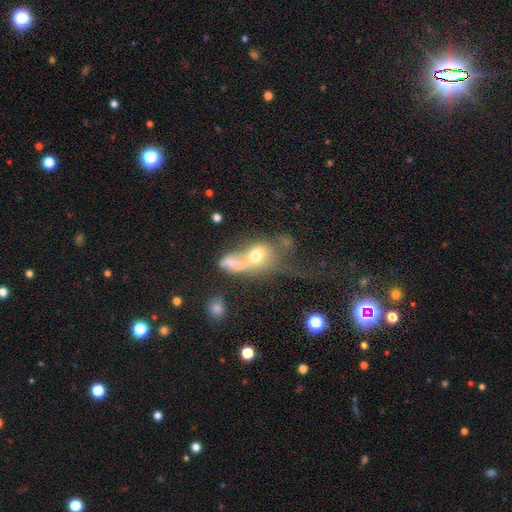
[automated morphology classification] This is possibly a smooth galaxy (52%). How rounded: likely in between (62%). Merging: possibly merger (49%).